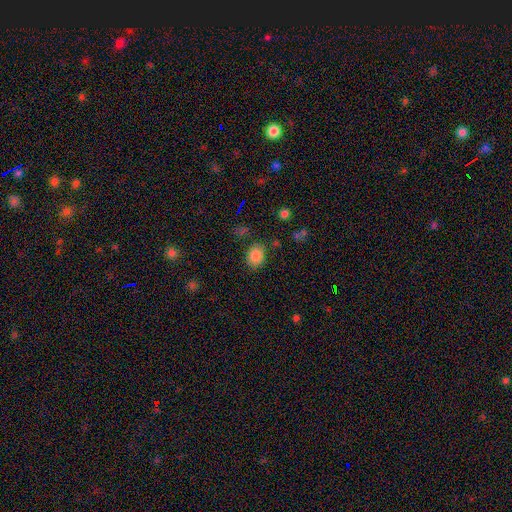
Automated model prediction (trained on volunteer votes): Morphology: type=smooth (84%); roundness=in between (51%); merging=none (79%).